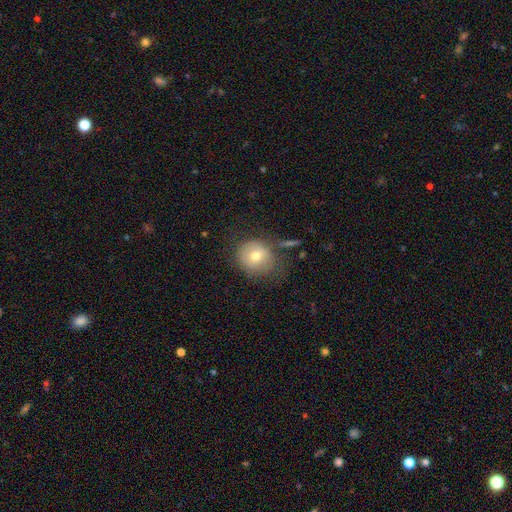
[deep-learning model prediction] smooth_or_featured: smooth (p=0.71) [alt: featured or disk p=0.19]
how_rounded: round (p=0.80) [alt: in between p=0.19]
merging: none (p=0.63) [alt: minor disturbance p=0.22]